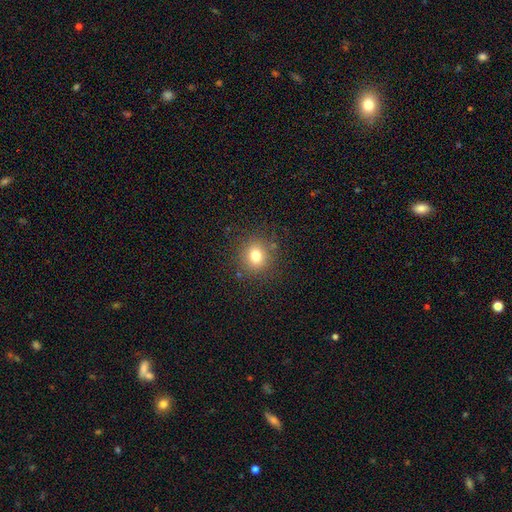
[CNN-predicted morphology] smooth_or_featured: smooth (p=0.77) [alt: star or artifact p=0.14]
how_rounded: round (p=0.85) [alt: in between p=0.14]
merging: none (p=0.86) [alt: minor disturbance p=0.09]